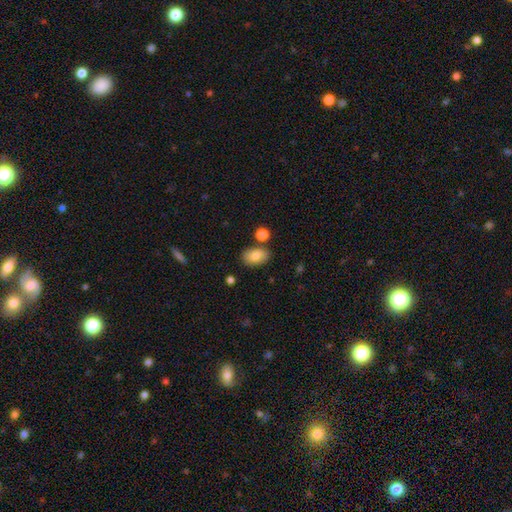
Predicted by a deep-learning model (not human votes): Smooth or featured? Predicted: smooth (p=0.83). How rounded? Predicted: in between (p=0.87). Merging? Predicted: none (p=0.77).